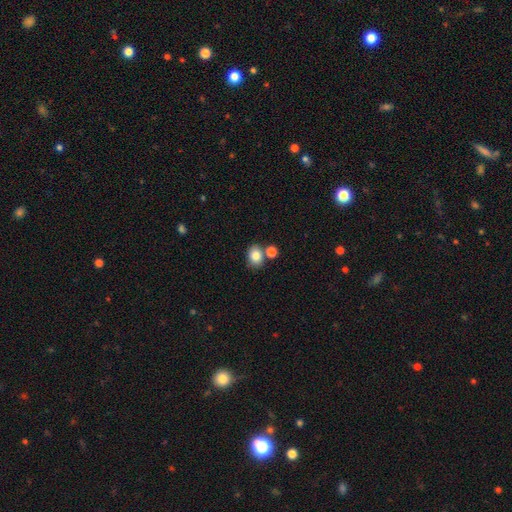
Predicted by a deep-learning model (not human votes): Smooth or featured? smooth (82%)
How rounded? round (50%)
Merging? none (65%)